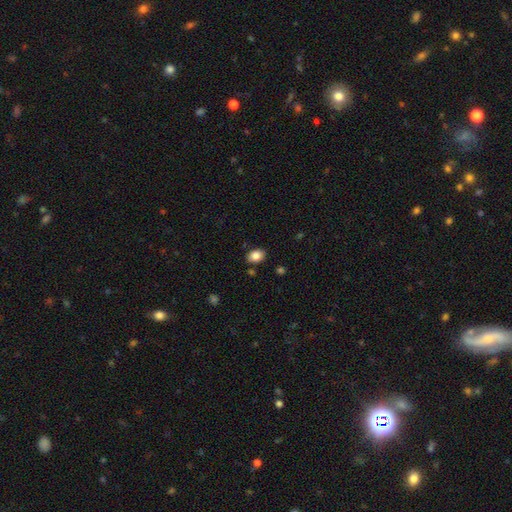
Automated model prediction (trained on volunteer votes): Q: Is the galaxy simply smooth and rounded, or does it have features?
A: smooth — 85%.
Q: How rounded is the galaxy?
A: in between — 76%.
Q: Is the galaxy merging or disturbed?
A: none — 84%.